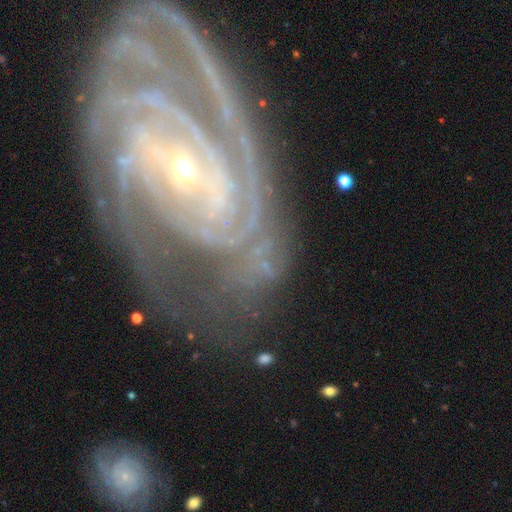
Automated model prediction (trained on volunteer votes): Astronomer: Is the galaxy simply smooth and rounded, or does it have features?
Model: featured or disk — 90%.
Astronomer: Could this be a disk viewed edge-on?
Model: no — 96%.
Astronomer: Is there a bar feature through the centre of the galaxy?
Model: no — 46% (runner-up: weak, 30%).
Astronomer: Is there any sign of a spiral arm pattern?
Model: yes — 98%.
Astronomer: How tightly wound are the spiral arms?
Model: tight — 73%.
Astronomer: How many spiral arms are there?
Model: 2 — 23% (runner-up: 3, 22%).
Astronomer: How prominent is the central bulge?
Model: small — 77%.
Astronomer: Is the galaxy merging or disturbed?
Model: none — 69%.